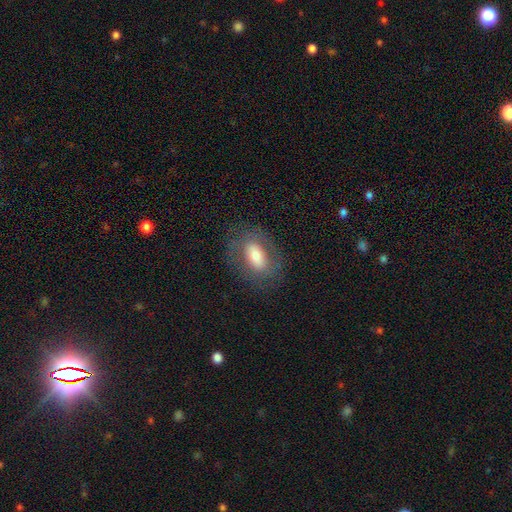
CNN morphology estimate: Smooth or featured: smooth — 63% (featured or disk — 28%)
How rounded: in between — 86% (round — 11%)
Merging: none — 78% (minor disturbance — 14%)